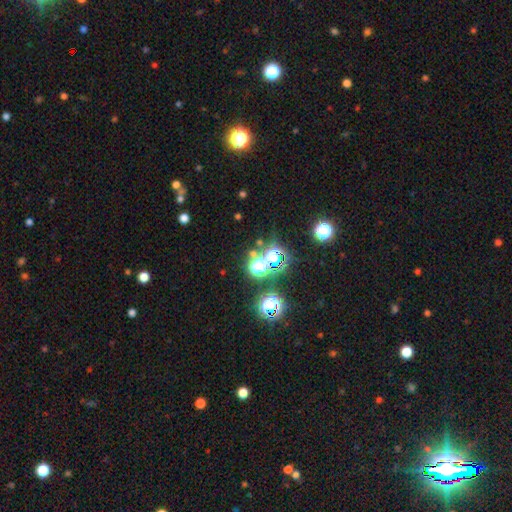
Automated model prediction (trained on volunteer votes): Morphology: type=star or artifact (71%).